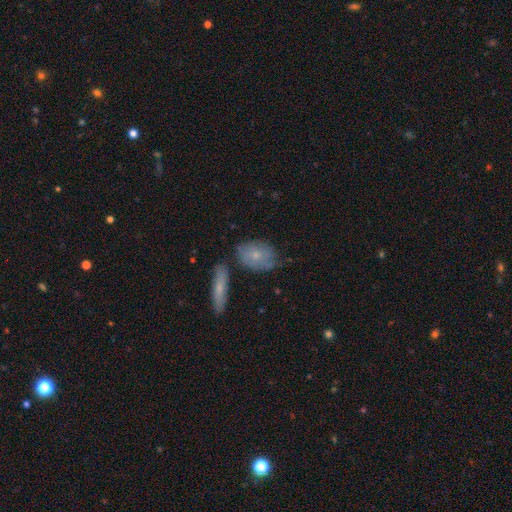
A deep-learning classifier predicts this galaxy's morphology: Smooth or featured? smooth (65%)
How rounded? in between (77%)
Merging? none (60%)